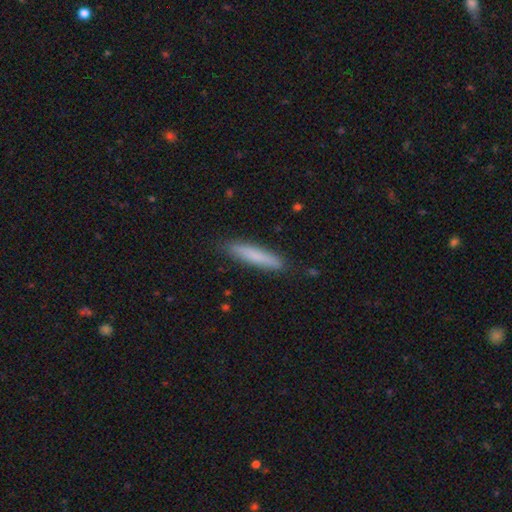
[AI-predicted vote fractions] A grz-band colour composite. It shows a smooth galaxy with no disk features (80%) that is cigar-shaped (90%). Merging: none (88%).